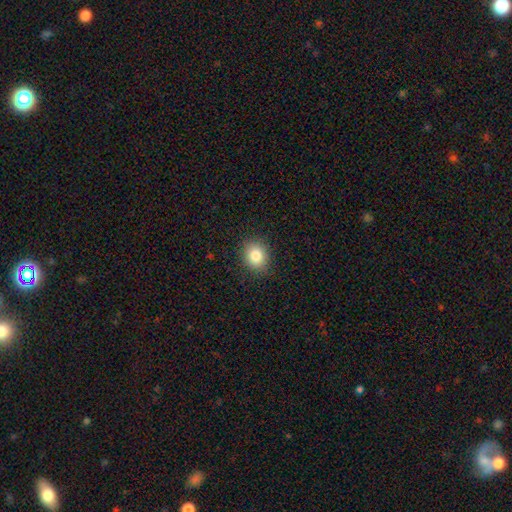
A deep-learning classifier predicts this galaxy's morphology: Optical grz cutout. It shows a smooth galaxy with no disk features (84%) that is round (64%). Merging: none (89%).